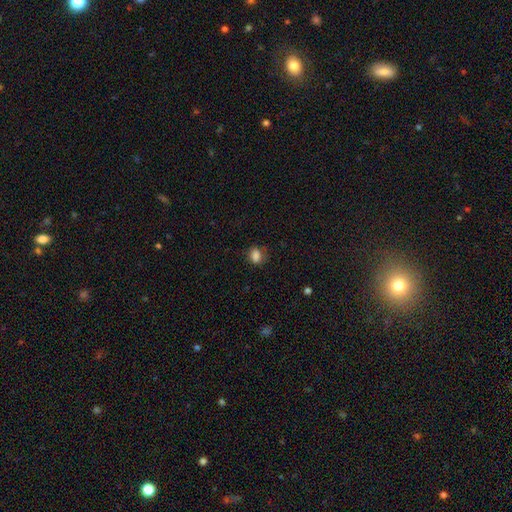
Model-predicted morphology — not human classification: A smooth galaxy with no disk features (83%) that is in between round and cigar-shaped (57%).

Vote fractions:
- Smooth or featured? smooth: 83% / star or artifact: 11% / featured or disk: 6%
- How rounded? in between: 57% / round: 41% / cigar-shaped: 1%
- Merging? none: 70% / minor disturbance: 21% / major disturbance: 7% / merger: 2%